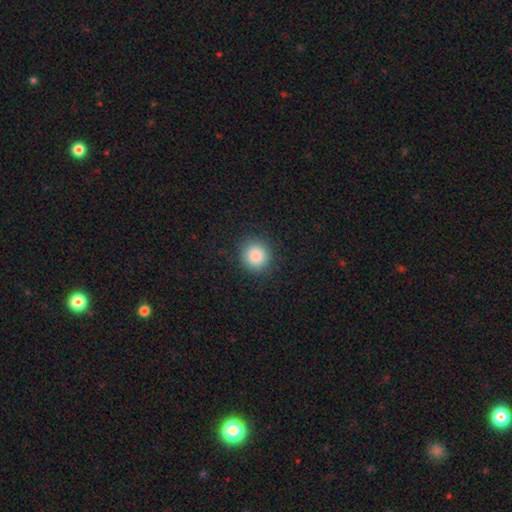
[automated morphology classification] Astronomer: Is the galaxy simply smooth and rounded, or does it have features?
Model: smooth — 86%.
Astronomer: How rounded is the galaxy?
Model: round — 92%.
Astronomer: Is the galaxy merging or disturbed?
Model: none — 90%.